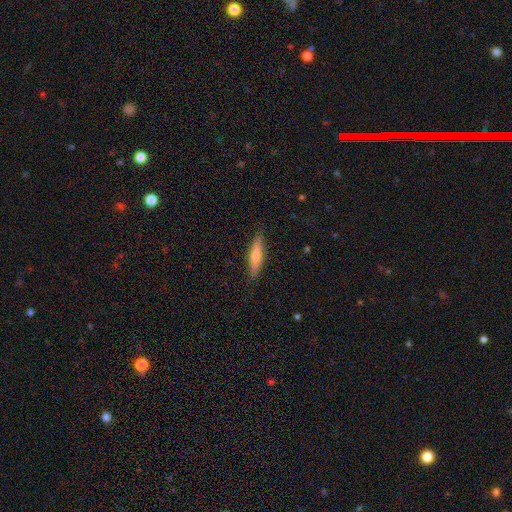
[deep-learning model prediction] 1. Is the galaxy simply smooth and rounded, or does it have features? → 52% smooth, 42% featured or disk, 6% star or artifact.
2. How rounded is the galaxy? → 85% cigar-shaped, 14% in between, 2% round.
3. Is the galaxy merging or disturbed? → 89% none, 9% minor disturbance, 2% major disturbance, 1% merger.